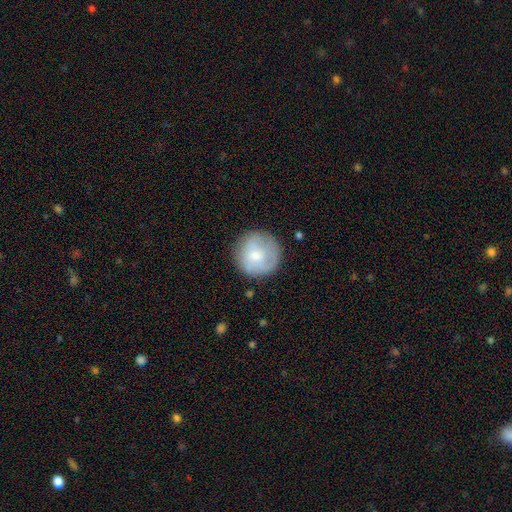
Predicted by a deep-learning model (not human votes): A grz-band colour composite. It shows a smooth galaxy with no disk features (66%) that is round (95%). Merging: none (79%).